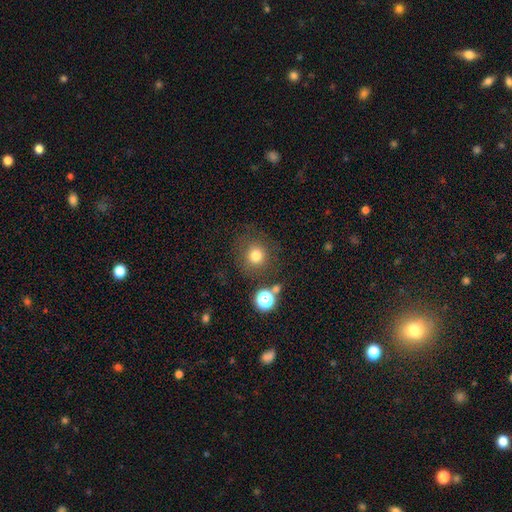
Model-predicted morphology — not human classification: Smooth or featured? Predicted: smooth (p=0.78). How rounded? Predicted: round (p=0.92). Merging? Predicted: none (p=0.79).